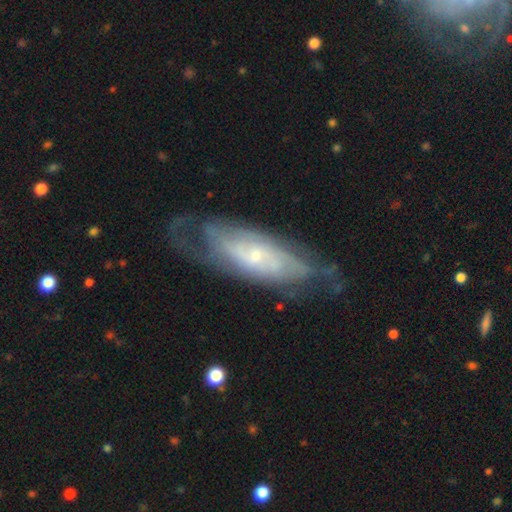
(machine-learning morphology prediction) Overall: featured or disk (74%). Edge-on disk: no (83%). Bar: no (69%). Spiral arms: yes (82%). Spiral arm count: can't tell (59%; 2 23%). Spiral winding: tight (58%; medium 31%). Bulge size: small (69%). Merging: none (63%; minor disturbance 23%).